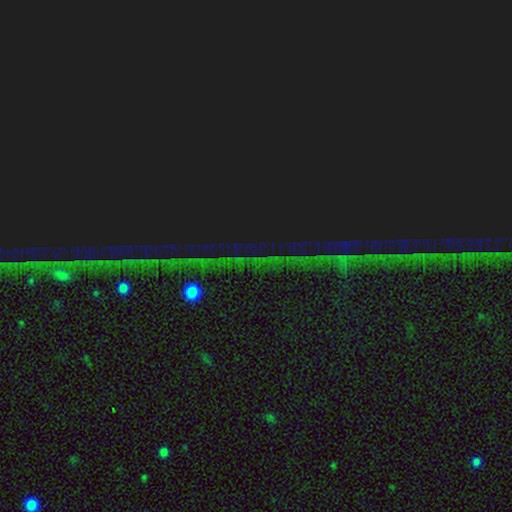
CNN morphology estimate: Q: Smooth or featured?
A: star or artifact (82%); runner-up: smooth (10%)